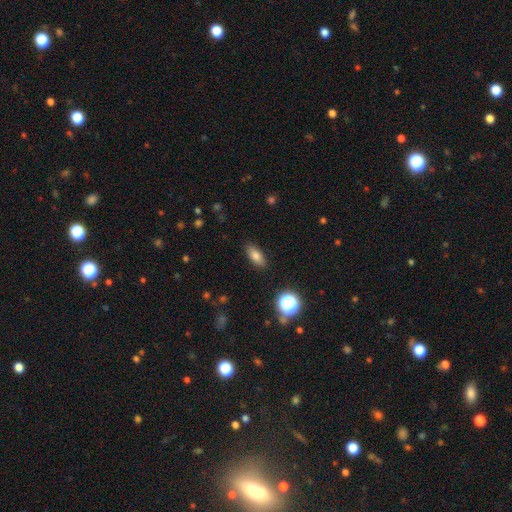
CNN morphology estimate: Smooth or featured?
  - smooth: 80% *
  - star or artifact: 11%
  - featured or disk: 9%
How rounded?
  - in between: 81% *
  - cigar-shaped: 12%
  - round: 6%
Merging?
  - none: 88% *
  - minor disturbance: 9%
  - major disturbance: 3%
  - merger: 1%